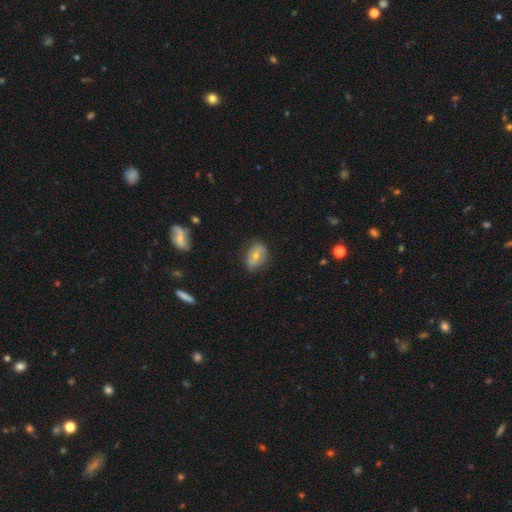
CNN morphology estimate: Smooth or featured? Predicted: smooth (p=0.51). How rounded? Predicted: in between (p=0.72). Merging? Predicted: none (p=0.70).